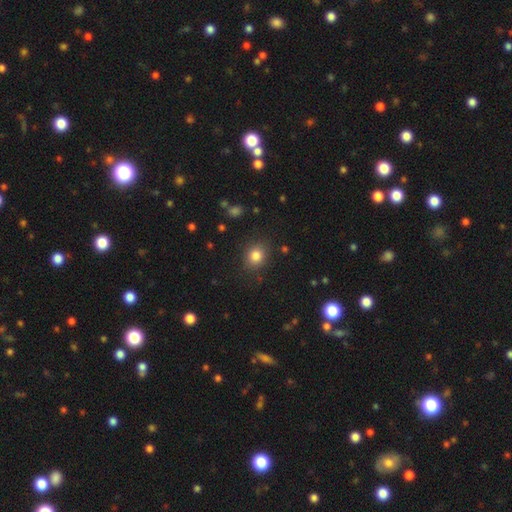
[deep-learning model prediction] Overall: smooth (82%). How rounded: round (69%; in between 30%). Merging: none (86%).